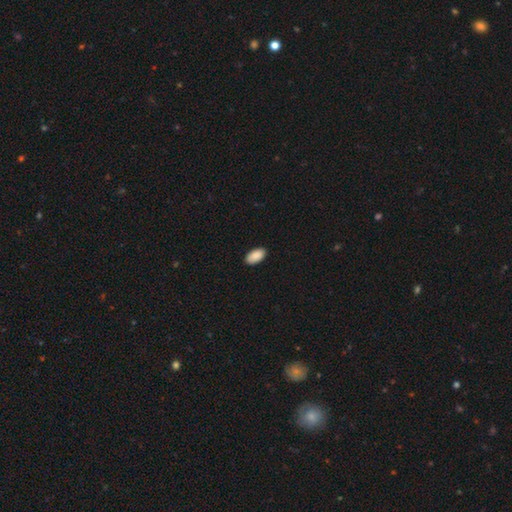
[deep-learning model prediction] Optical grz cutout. It shows a smooth galaxy with no disk features (89%) that is in between round and cigar-shaped (95%). Merging: none (89%).